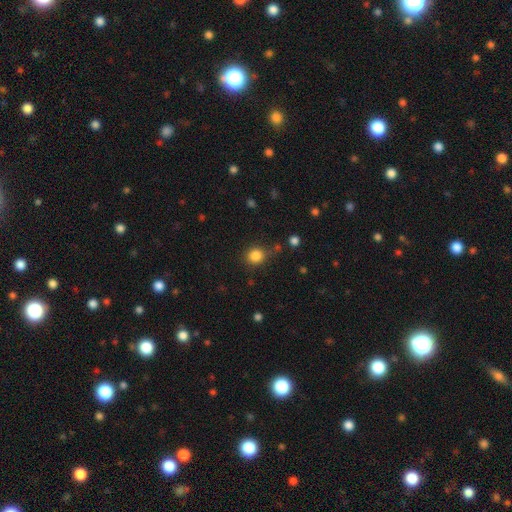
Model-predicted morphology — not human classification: This is clearly a smooth galaxy (84%). How rounded: clearly round (85%). Merging: likely none (76%).